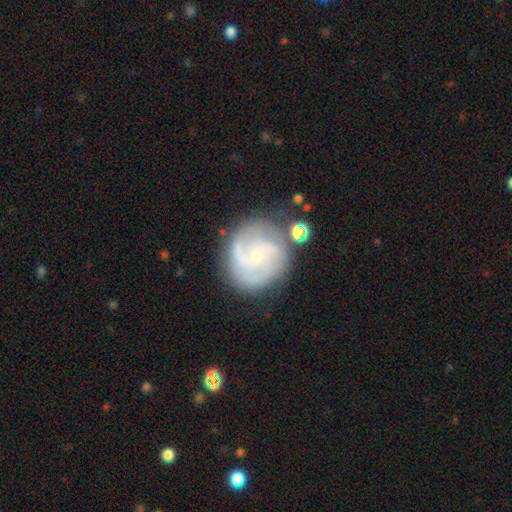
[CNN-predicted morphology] smooth-or-featured: featured or disk: 80% | smooth: 14% | star or artifact: 6%
  disk-edge-on: no: 98% | yes: 2%
    bar: no: 47% | weak: 45% | strong: 8%
    has-spiral-arms: yes: 95% | no: 5%
      spiral-winding: medium: 47% | tight: 37% | loose: 16%
      spiral-arm-count: 2: 47% | 3: 23% | can't tell: 17% | 4: 5% | 1: 4% | more than 4: 4%
    bulge-size: small: 78% | moderate: 12% | none: 8% | large: 1% | dominant: 1%
  merging: none: 73% | minor disturbance: 15% | major disturbance: 7% | merger: 5%